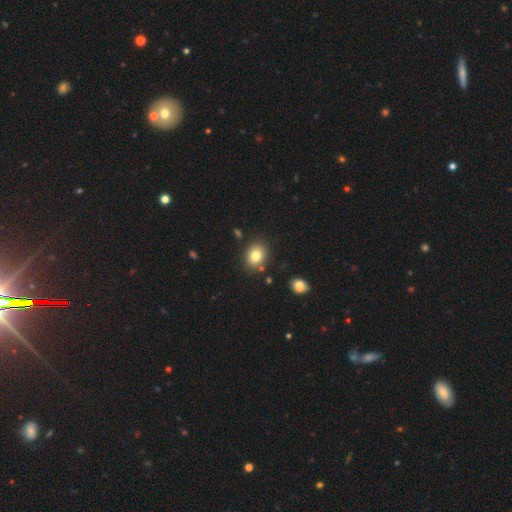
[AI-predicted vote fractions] A smooth galaxy with no disk features (81%) that is round (54%). Merging: none (85%).